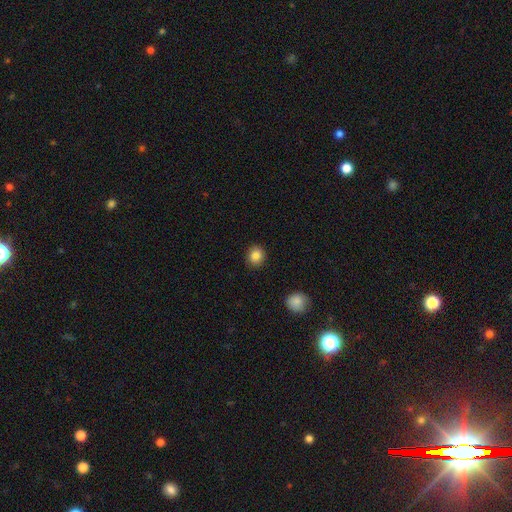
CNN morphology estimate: smooth 86%, star or artifact 9%, featured or disk 5%. Down the decision tree: how rounded — round (83%); merging — none (90%).